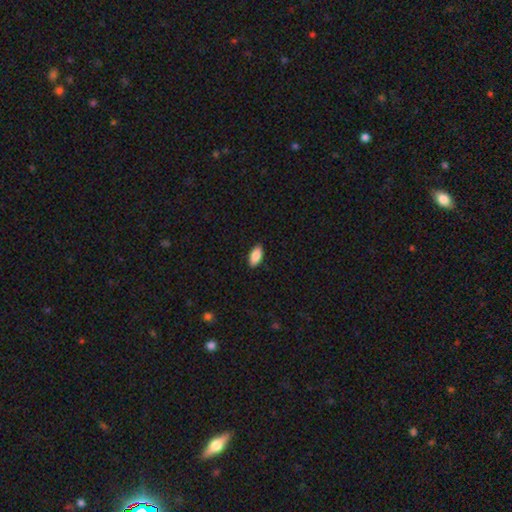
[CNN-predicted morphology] Smooth or featured: smooth — 87% (featured or disk — 7%)
How rounded: in between — 91% (cigar-shaped — 7%)
Merging: none — 89% (minor disturbance — 9%)